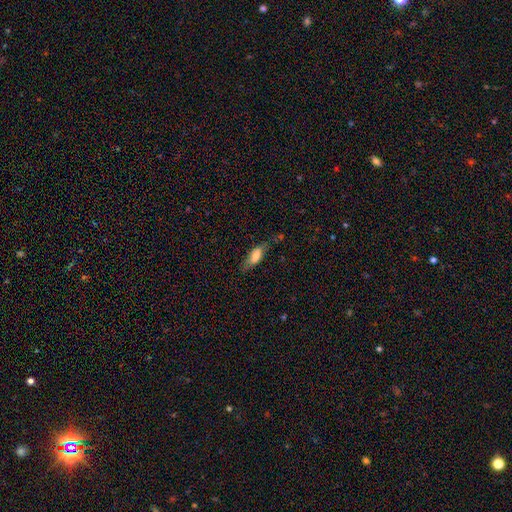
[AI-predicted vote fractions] smooth 67%, featured or disk 25%, star or artifact 8%. Down the decision tree: how rounded — in between (65%); merging — none (62%).